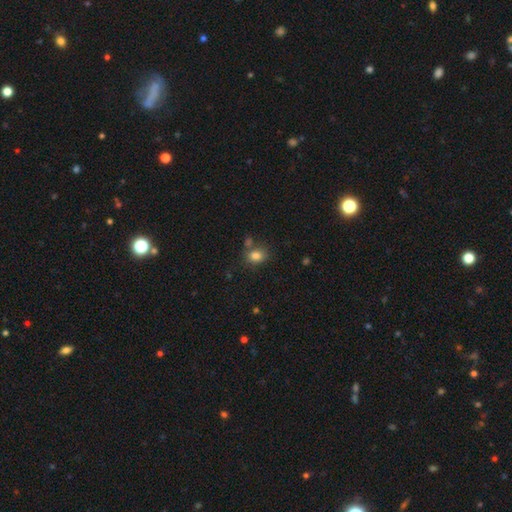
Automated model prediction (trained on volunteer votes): A smooth galaxy with no disk features (81%) that is in between round and cigar-shaped (55%).

Vote fractions:
- Smooth or featured? smooth: 81% / star or artifact: 11% / featured or disk: 8%
- How rounded? in between: 55% / round: 44% / cigar-shaped: 1%
- Merging? none: 66% / merger: 16% / minor disturbance: 14% / major disturbance: 4%